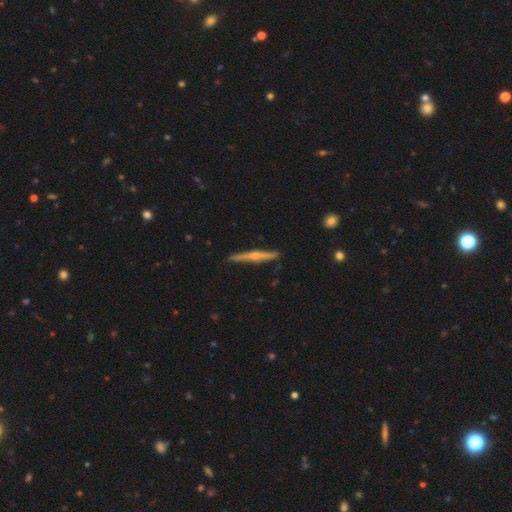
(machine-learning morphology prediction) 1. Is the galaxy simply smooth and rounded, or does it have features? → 72% featured or disk, 22% smooth, 6% star or artifact.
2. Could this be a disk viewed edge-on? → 97% yes, 3% no.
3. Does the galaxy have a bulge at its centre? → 84% rounded, 12% none, 4% boxy.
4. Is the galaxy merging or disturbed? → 87% none, 10% minor disturbance, 2% major disturbance, 1% merger.